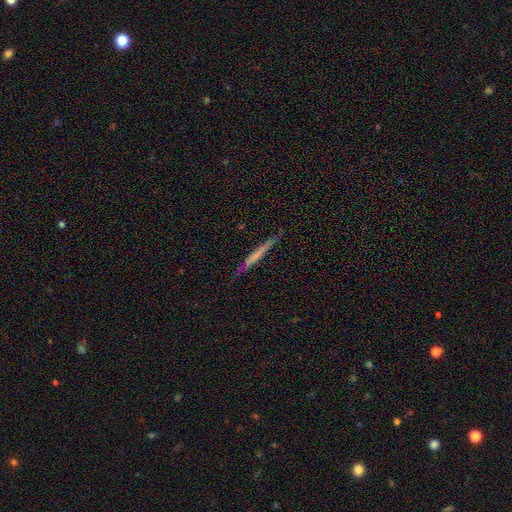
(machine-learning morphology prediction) A smooth galaxy with no disk features (48%). Merging: none (88%).